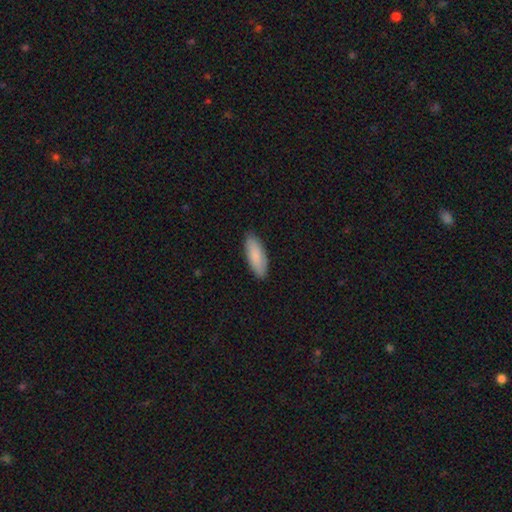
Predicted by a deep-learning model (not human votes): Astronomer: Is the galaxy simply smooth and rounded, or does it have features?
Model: smooth — 84%.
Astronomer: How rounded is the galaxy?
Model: in between — 68%.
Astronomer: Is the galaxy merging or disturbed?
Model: none — 87%.